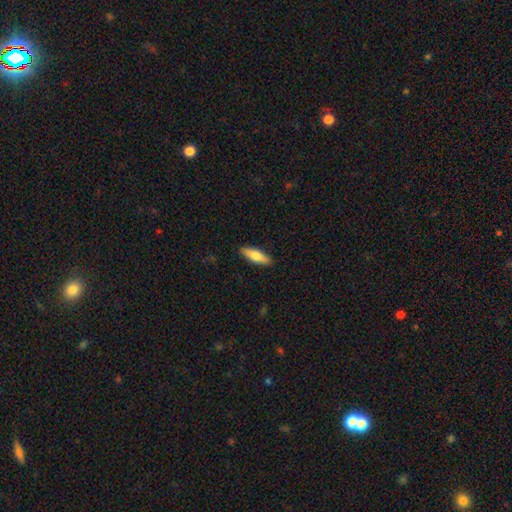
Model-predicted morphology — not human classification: Smooth or featured? smooth (70%)
How rounded? cigar-shaped (55%)
Merging? none (90%)